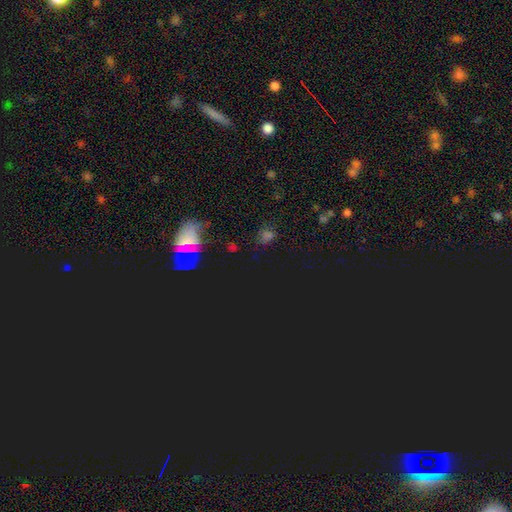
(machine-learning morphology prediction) smooth-or-featured: star or artifact: 67% | smooth: 25% | featured or disk: 8%